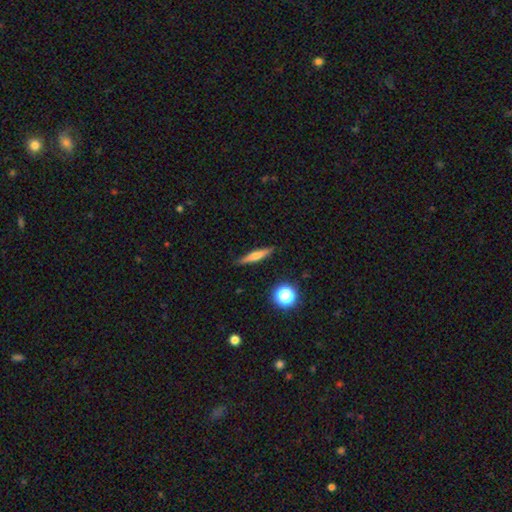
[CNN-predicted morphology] Smooth or featured?
  - smooth: 53% *
  - featured or disk: 38%
  - star or artifact: 9%
How rounded?
  - cigar-shaped: 87% *
  - in between: 9%
  - round: 4%
Merging?
  - none: 88% *
  - minor disturbance: 8%
  - major disturbance: 2%
  - merger: 1%